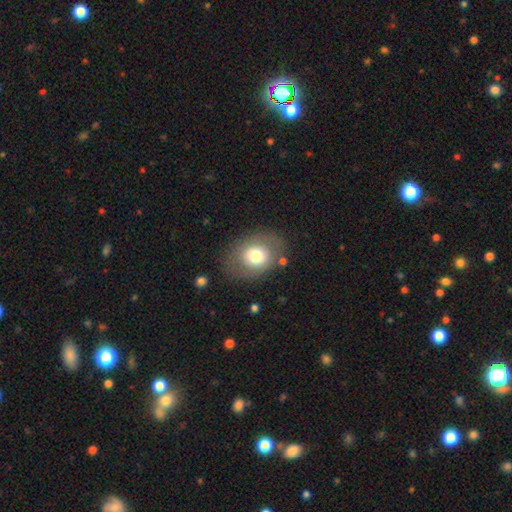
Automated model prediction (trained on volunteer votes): Q: Smooth or featured?
A: smooth (68%); runner-up: featured or disk (24%)
Q: How rounded?
A: in between (63%); runner-up: round (36%)
Q: Merging?
A: none (78%); runner-up: minor disturbance (13%)